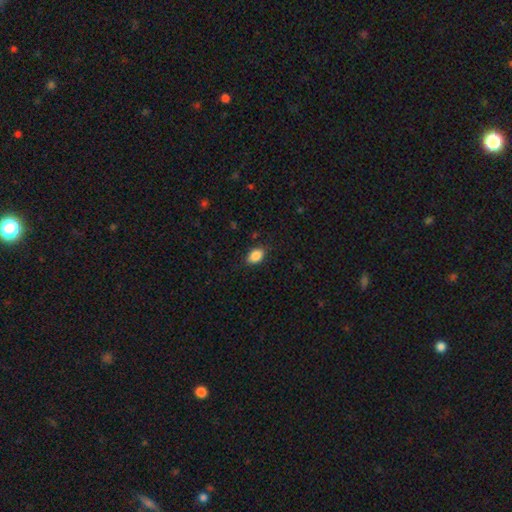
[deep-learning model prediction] Smooth or featured: smooth — 88% (star or artifact — 8%)
How rounded: in between — 84% (round — 15%)
Merging: none — 84% (minor disturbance — 12%)